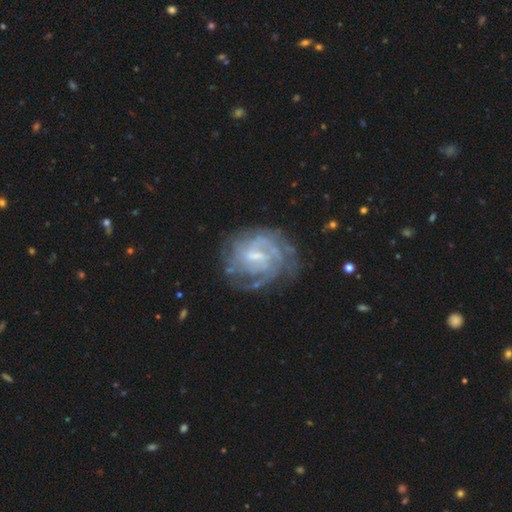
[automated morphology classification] A featured or disk galaxy (83%) with a weak bar (60%), tight (64%) spiral arms (91%) and a small central bulge (47%). Merging: none (69%).